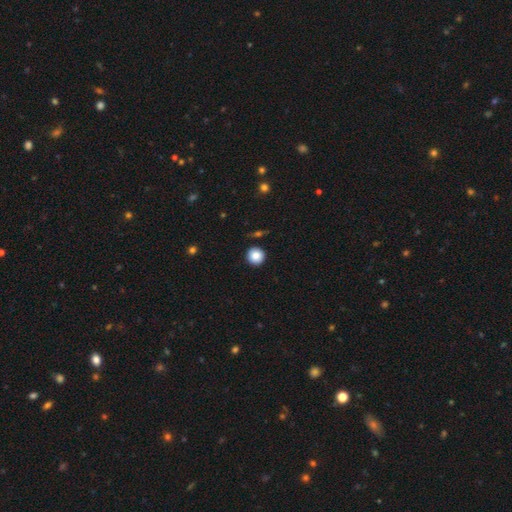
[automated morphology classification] Smooth or featured? smooth (86%)
How rounded? round (94%)
Merging? none (90%)